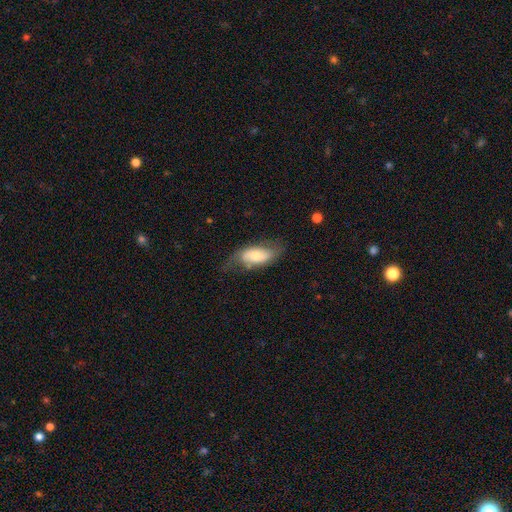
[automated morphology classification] smooth-or-featured: smooth: 58% | featured or disk: 35% | star or artifact: 7%
  how-rounded: in between: 86% | cigar-shaped: 10% | round: 3%
  merging: none: 50% | minor disturbance: 31% | major disturbance: 16% | merger: 3%